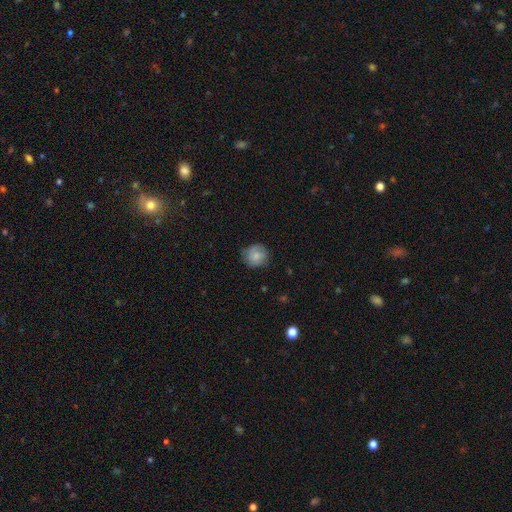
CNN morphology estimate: Smooth or featured?
  - smooth: 80% *
  - featured or disk: 13%
  - star or artifact: 8%
How rounded?
  - round: 88% *
  - in between: 11%
  - cigar-shaped: 1%
Merging?
  - none: 77% *
  - minor disturbance: 19%
  - major disturbance: 4%
  - merger: 1%